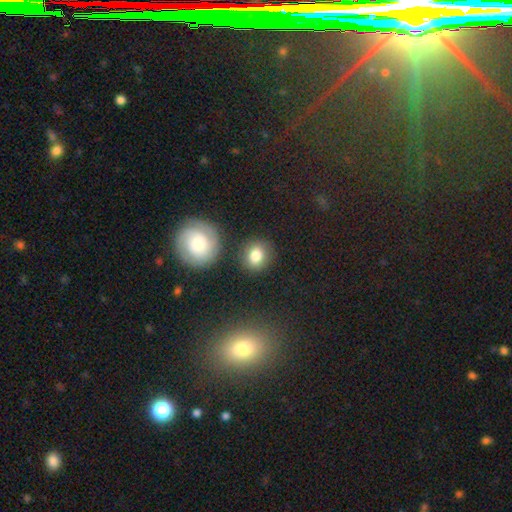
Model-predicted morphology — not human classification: This is clearly a smooth galaxy (82%). How rounded: likely round (77%). Merging: clearly none (82%).